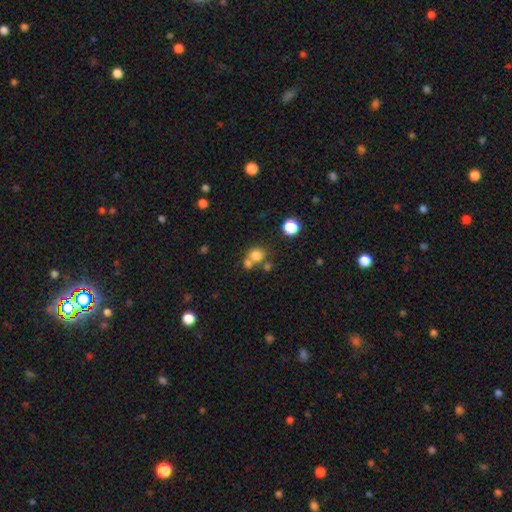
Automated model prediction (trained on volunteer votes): Smooth or featured? Predicted: smooth (p=0.76). How rounded? Predicted: round (p=0.81). Merging? Predicted: none (p=0.47).